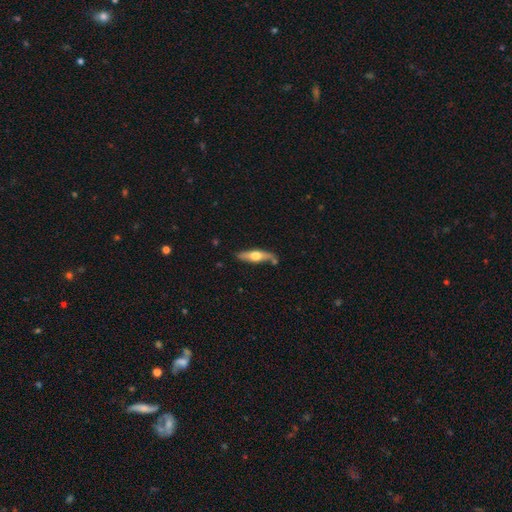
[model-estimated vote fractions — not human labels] This is possibly a featured or disk galaxy (52%). It is clearly viewed edge-on (84%). Merging: likely none (69%).